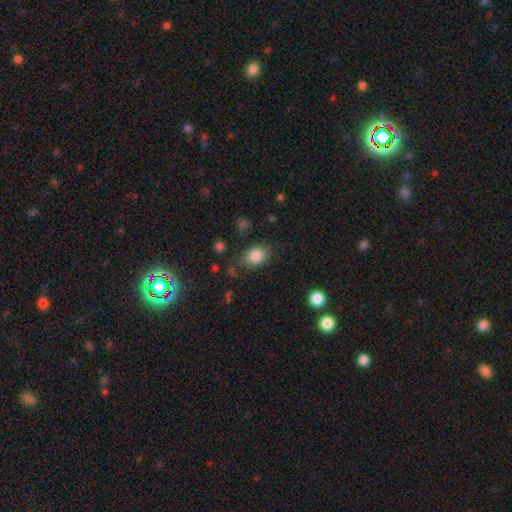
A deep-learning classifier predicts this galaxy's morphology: Smooth or featured? smooth (83%)
How rounded? in between (75%)
Merging? none (77%)